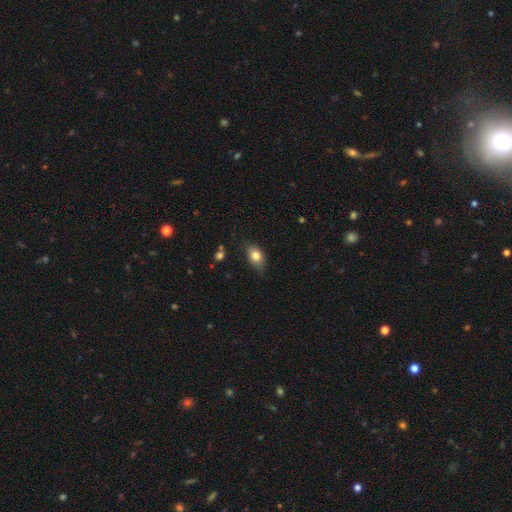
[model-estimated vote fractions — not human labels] The model was most divided on "merging": none: 70%, minor disturbance: 23%, major disturbance: 4%, merger: 2%. More confident: smooth or featured — smooth (81%); how rounded — in between (80%).